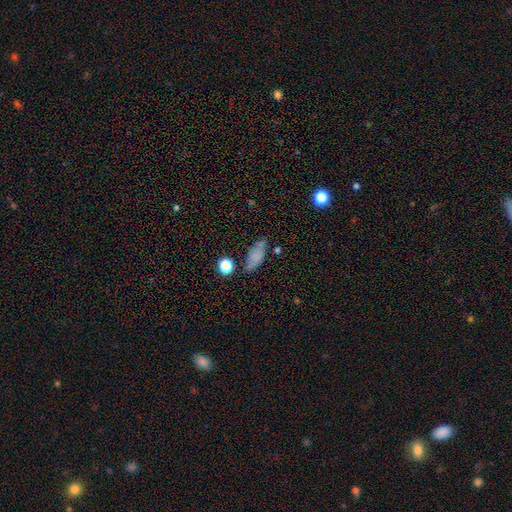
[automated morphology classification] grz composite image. It shows a smooth galaxy with no disk features (73%) that is in between round and cigar-shaped (74%). Merging: none (66%).